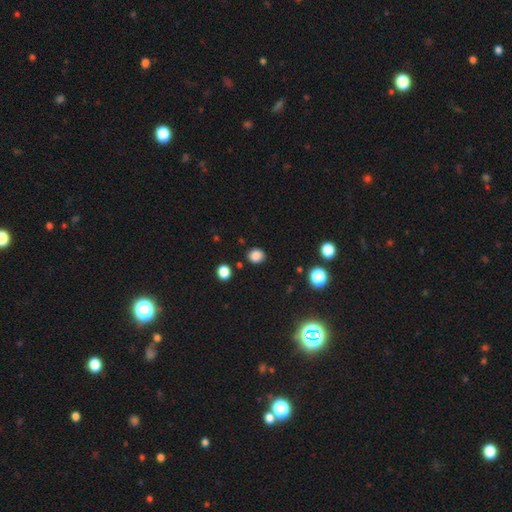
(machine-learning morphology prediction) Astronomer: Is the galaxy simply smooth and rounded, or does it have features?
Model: smooth — 84%.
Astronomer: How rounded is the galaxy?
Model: round — 71%.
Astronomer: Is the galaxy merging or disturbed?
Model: none — 86%.